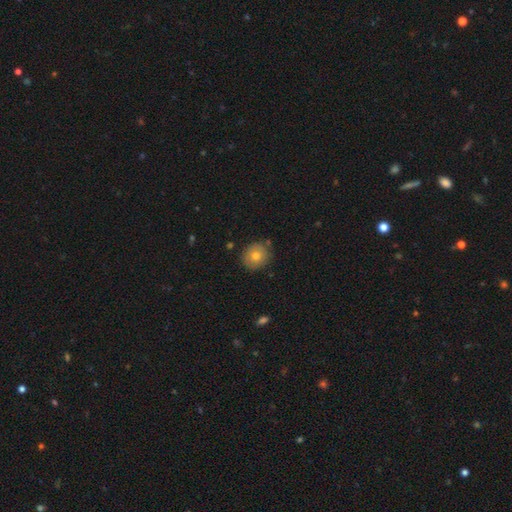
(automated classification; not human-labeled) Morphology: type=smooth (75%); roundness=round (84%); merging=none (85%).